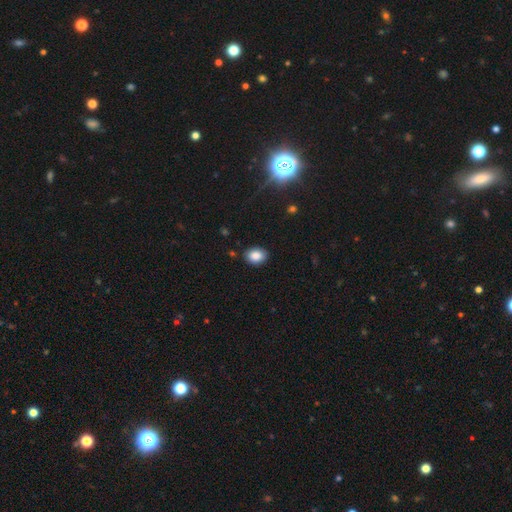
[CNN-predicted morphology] The model was most divided on "how rounded": in between: 67%, round: 32%, cigar-shaped: 1%. More confident: merging — none (87%); smooth or featured — smooth (87%).